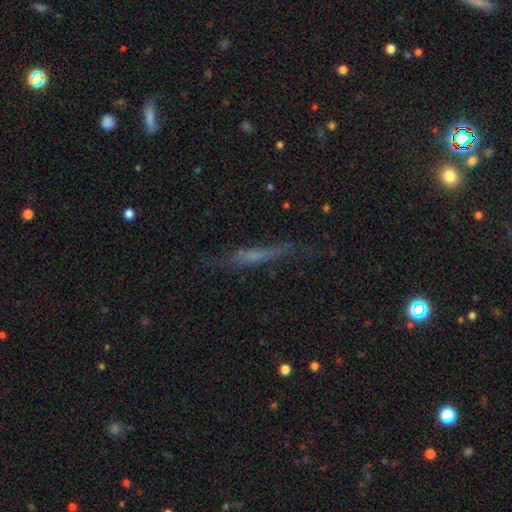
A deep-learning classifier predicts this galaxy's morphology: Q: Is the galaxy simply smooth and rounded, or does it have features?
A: featured or disk — 48%.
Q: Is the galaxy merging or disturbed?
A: none — 67%.